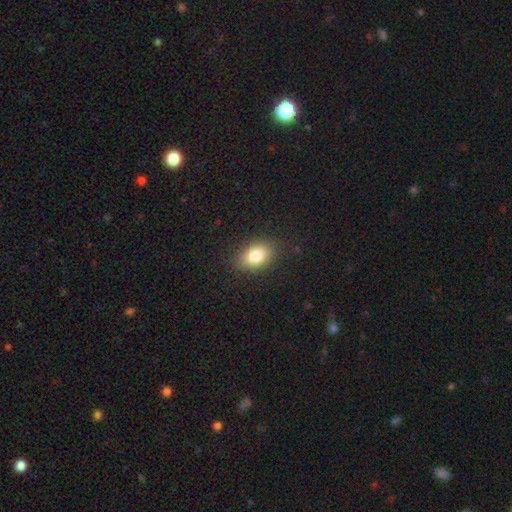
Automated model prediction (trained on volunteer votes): smooth-or-featured: smooth: 82% | star or artifact: 9% | featured or disk: 9%
  how-rounded: in between: 83% | round: 16% | cigar-shaped: 1%
  merging: none: 85% | minor disturbance: 11% | major disturbance: 3% | merger: 1%